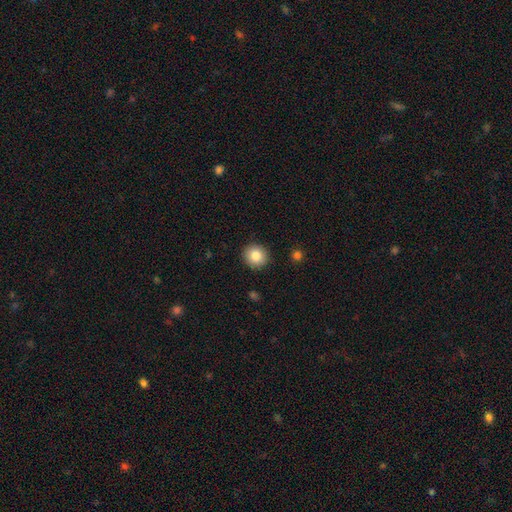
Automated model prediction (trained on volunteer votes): This appears to be a smooth galaxy with no disk features (84%) that is round (90%). Merging: none (91%).